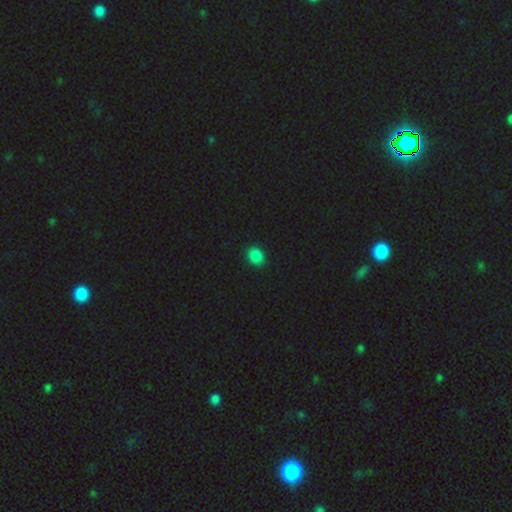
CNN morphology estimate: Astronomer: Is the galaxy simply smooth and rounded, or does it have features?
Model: smooth — 85%.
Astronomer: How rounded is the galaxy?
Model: round — 57% (runner-up: in between, 42%).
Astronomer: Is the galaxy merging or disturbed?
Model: none — 91%.